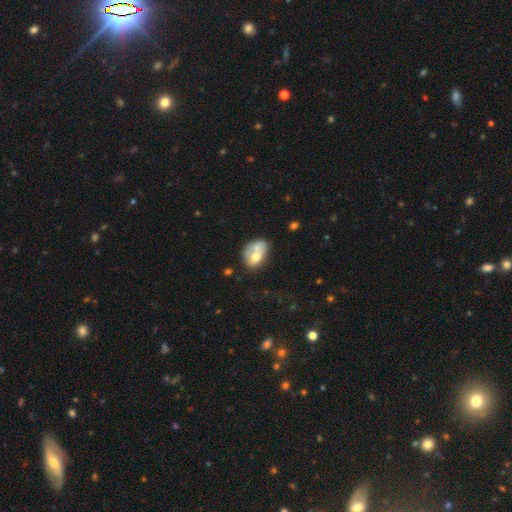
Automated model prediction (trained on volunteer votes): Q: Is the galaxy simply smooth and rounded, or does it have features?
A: smooth — 57%.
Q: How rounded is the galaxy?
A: in between — 78%.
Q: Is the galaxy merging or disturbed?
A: merger — 38%.